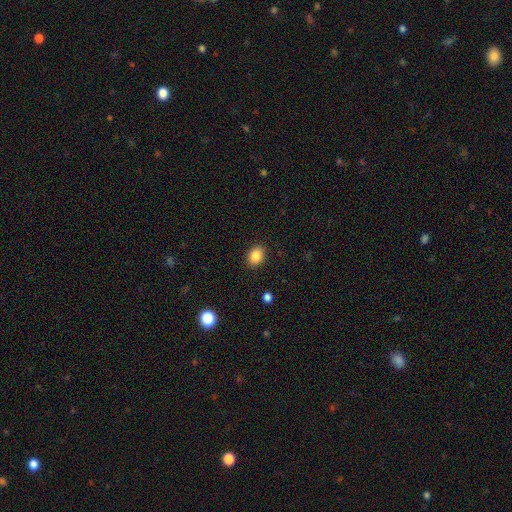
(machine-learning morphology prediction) Smooth or featured? Predicted: smooth (p=0.86). How rounded? Predicted: in between (p=0.60). Merging? Predicted: none (p=0.90).